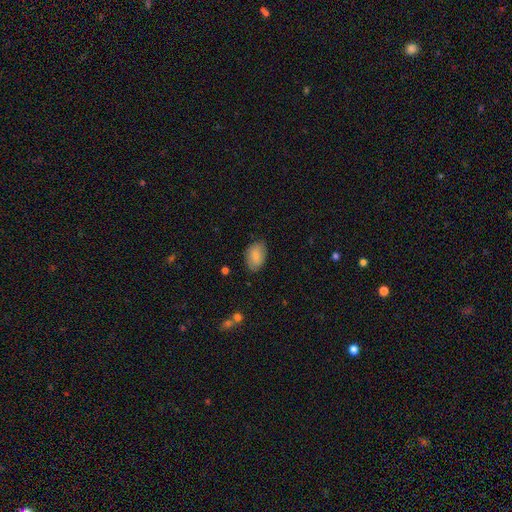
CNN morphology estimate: Overall: smooth (82%). How rounded: in between (90%). Merging: none (79%).